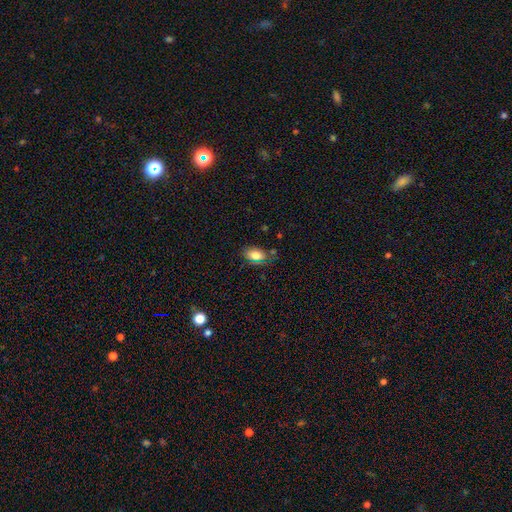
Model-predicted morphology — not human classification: The model was most divided on "merging": none: 70%, minor disturbance: 21%, major disturbance: 6%, merger: 4%. More confident: how rounded — in between (87%); smooth or featured — smooth (78%).